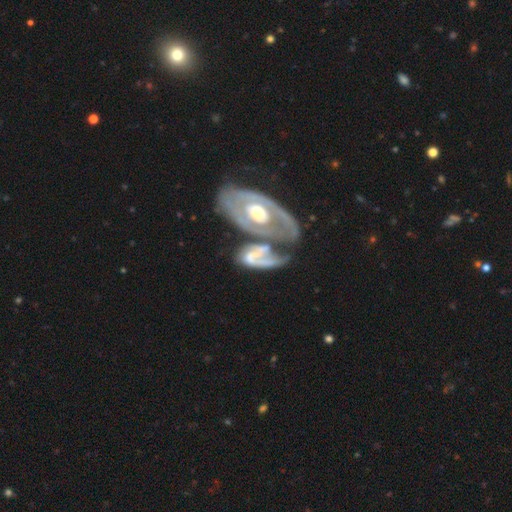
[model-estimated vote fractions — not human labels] smooth-or-featured: featured or disk: 73% | smooth: 21% | star or artifact: 6%
  disk-edge-on: no: 94% | yes: 6%
    bar: no: 57% | weak: 27% | strong: 16%
    has-spiral-arms: yes: 70% | no: 30%
    bulge-size: moderate: 34% | small: 31% | none: 24% | large: 8% | dominant: 3%
  merging: merger: 44% | none: 23% | major disturbance: 17% | minor disturbance: 15%